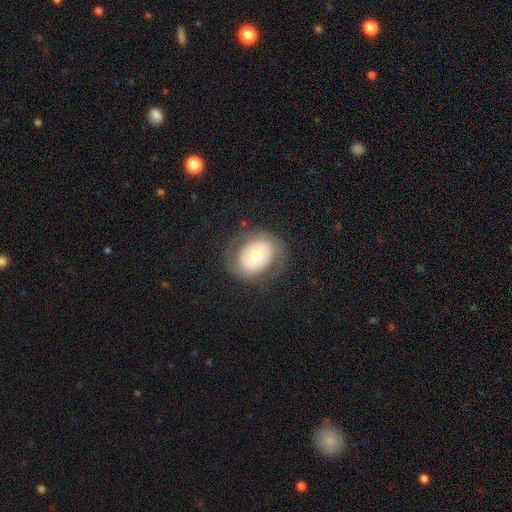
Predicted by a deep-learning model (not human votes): The model was most divided on "spiral arms": no: 51%, yes: 49%. More confident: edge-on disk — no (96%); merging — none (73%); bulge size — moderate (70%); bar — no (63%); smooth or featured — featured or disk (54%).